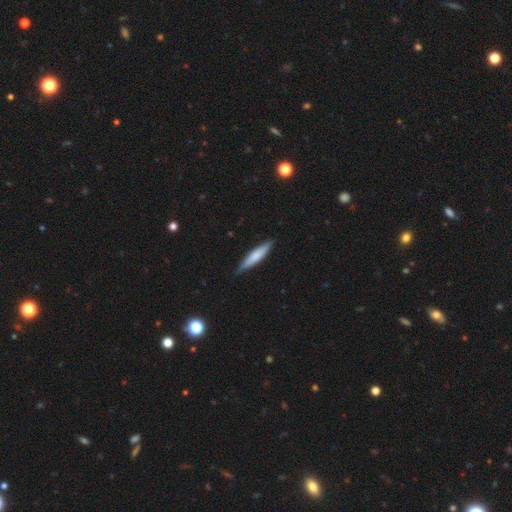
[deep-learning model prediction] Overall: smooth (64%; featured or disk 31%). How rounded: cigar-shaped (87%). Merging: none (86%).